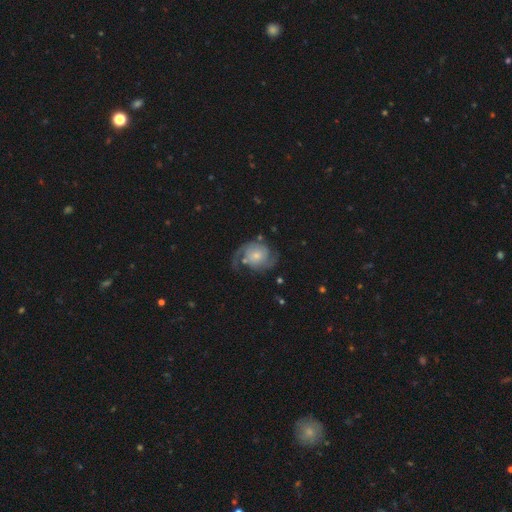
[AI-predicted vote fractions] This is likely a featured or disk galaxy (79%). It is clearly not viewed edge-on (98%). Bar: likely no (74%). Spiral arm pattern: clearly yes (94%). Spiral arm count: clearly 2 (86%). Spiral winding: marginally medium (42%). Central bulge: possibly small (60%). Merging: possibly none (57%).